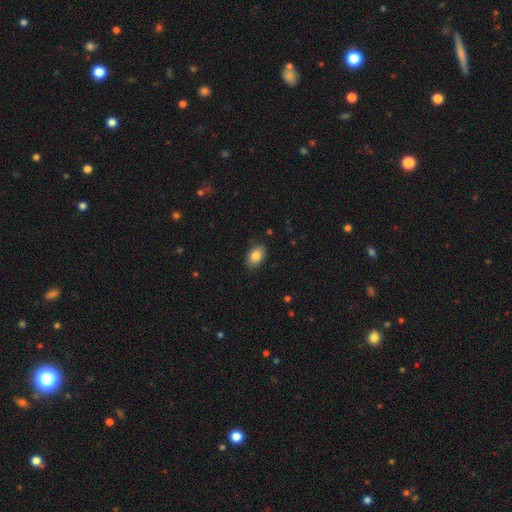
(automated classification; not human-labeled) Overall: smooth (85%). How rounded: in between (90%). Merging: none (87%).